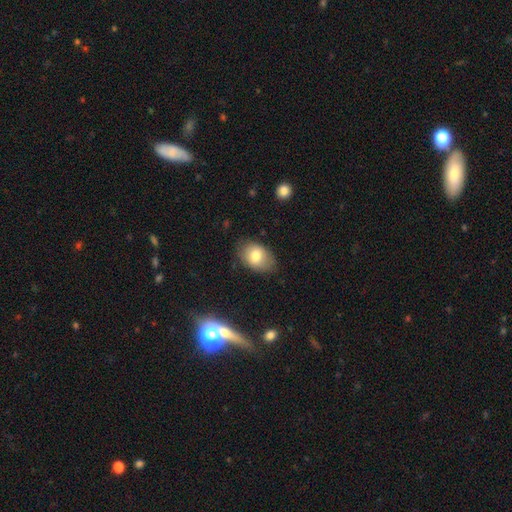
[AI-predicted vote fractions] smooth 77%, featured or disk 14%, star or artifact 9%. Down the decision tree: how rounded — in between (80%); merging — none (74%).